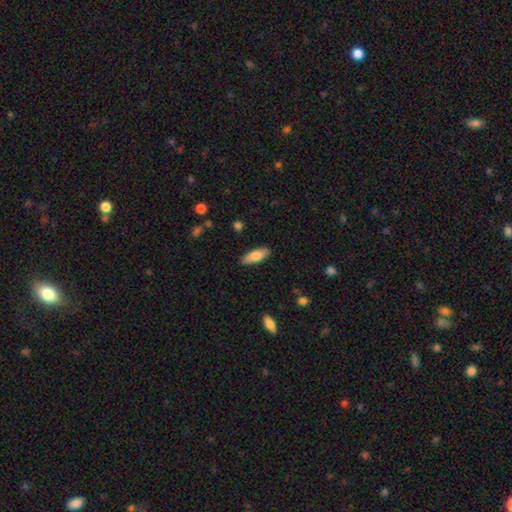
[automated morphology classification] Smooth or featured? smooth (75%)
How rounded? in between (67%)
Merging? none (87%)